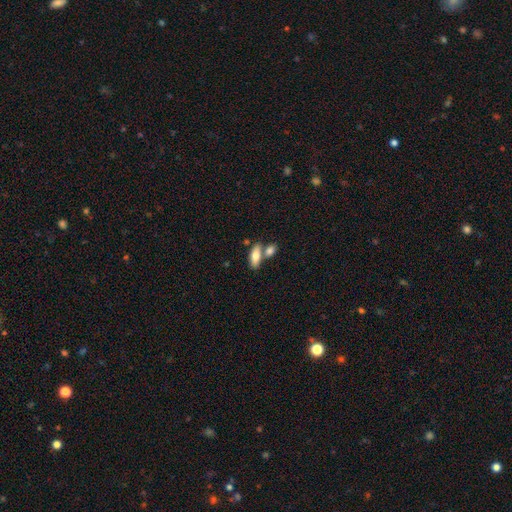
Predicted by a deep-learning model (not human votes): Smooth or featured? smooth (74%)
How rounded? in between (75%)
Merging? none (53%)